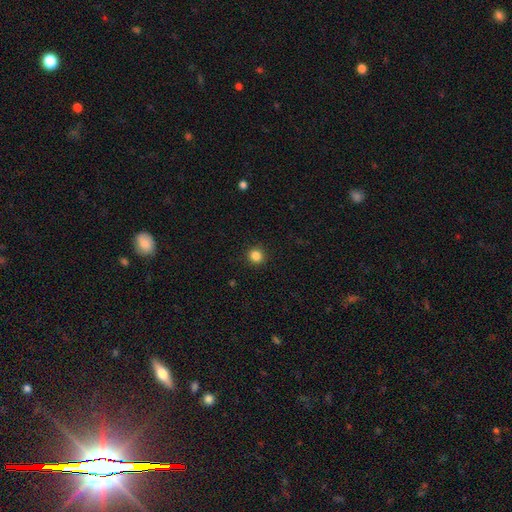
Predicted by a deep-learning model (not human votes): The model was most divided on "smooth or featured": smooth: 85%, star or artifact: 12%, featured or disk: 4%. More confident: merging — none (92%); how rounded — round (90%).